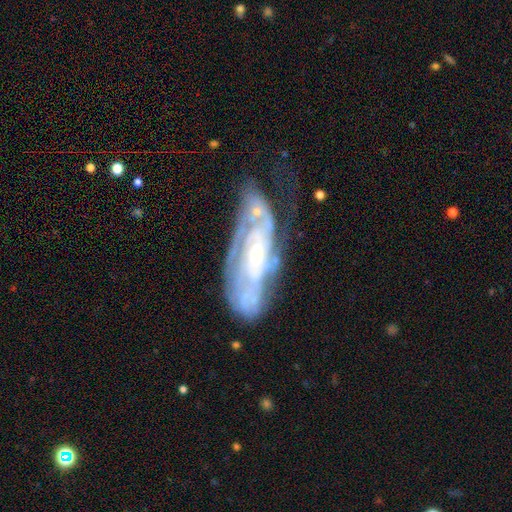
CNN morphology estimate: type=featured or disk (80%); edge-on=no (88%); bar=no (61%); spiral arms=yes (86%); winding=tight (59%); arm count=can't tell (45%); bulge=small (51%); merging=none (49%).